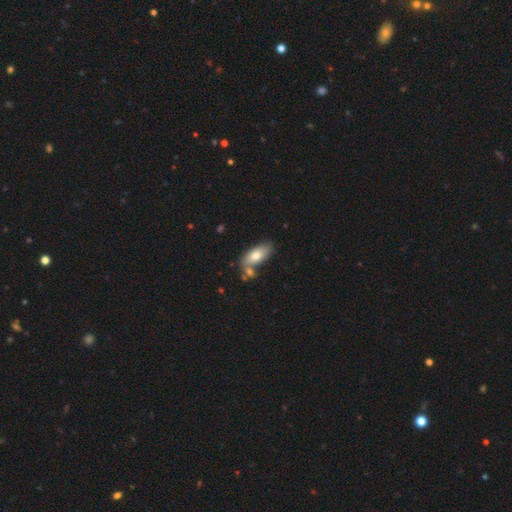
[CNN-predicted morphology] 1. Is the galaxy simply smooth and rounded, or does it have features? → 74% smooth, 19% featured or disk, 7% star or artifact.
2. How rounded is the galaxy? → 85% in between, 12% cigar-shaped, 3% round.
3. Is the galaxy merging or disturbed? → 61% none, 20% merger, 15% minor disturbance, 4% major disturbance.